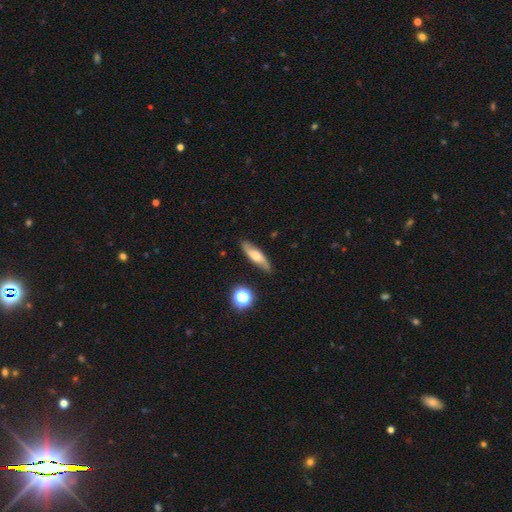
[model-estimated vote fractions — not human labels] Overall: featured or disk (46%, tied with smooth). Merging: none (85%).